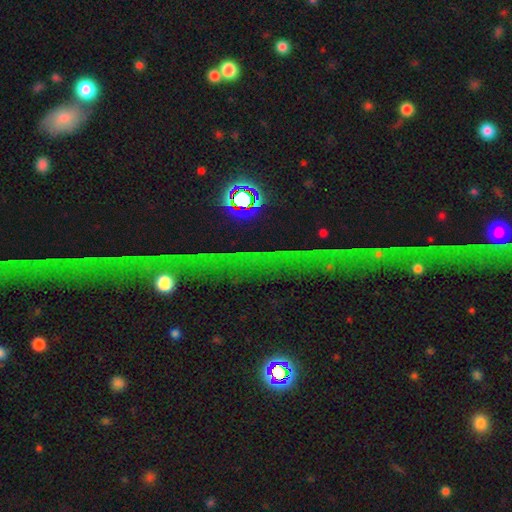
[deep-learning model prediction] This appears to be a star or artifact, not a galaxy (77%).